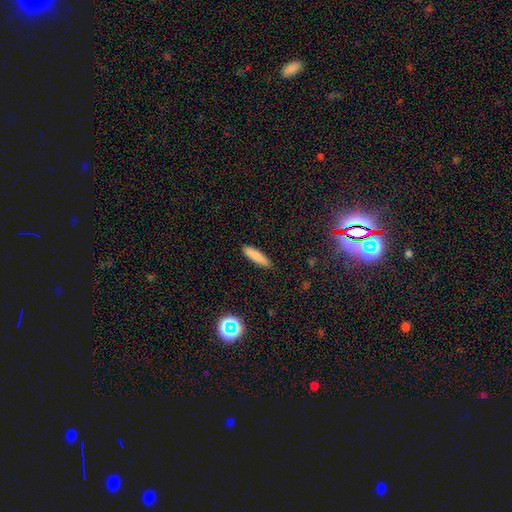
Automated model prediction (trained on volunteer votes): This is clearly a smooth galaxy (84%). How rounded: likely cigar-shaped (79%). Merging: clearly none (90%).